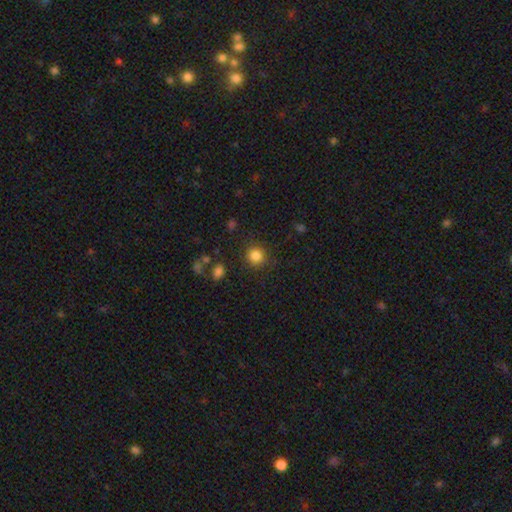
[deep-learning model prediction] Smooth or featured: smooth — 83% (star or artifact — 12%)
How rounded: round — 91% (in between — 8%)
Merging: none — 87% (minor disturbance — 8%)